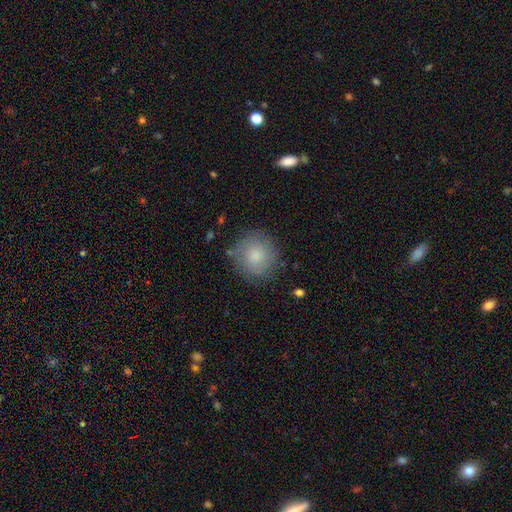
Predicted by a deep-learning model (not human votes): Smooth or featured? Predicted: smooth (p=0.75). How rounded? Predicted: round (p=0.92). Merging? Predicted: none (p=0.80).